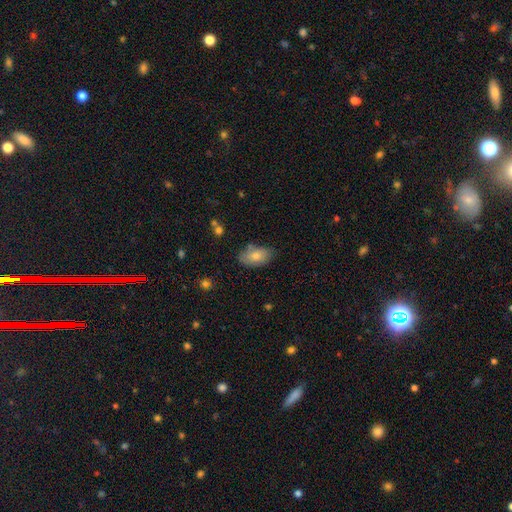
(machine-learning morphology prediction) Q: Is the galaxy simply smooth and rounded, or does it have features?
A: smooth — 76%.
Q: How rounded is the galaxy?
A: in between — 92%.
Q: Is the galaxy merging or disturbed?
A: none — 68%.